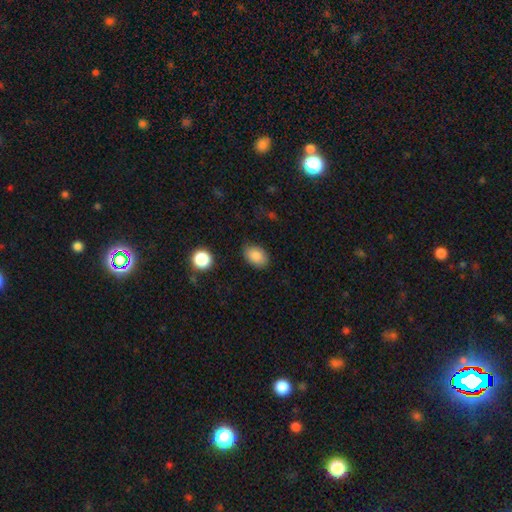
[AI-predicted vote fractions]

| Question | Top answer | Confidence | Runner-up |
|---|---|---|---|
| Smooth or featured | smooth | 87% | star or artifact (8%) |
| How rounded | in between | 82% | round (17%) |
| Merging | none | 78% | minor disturbance (16%) |